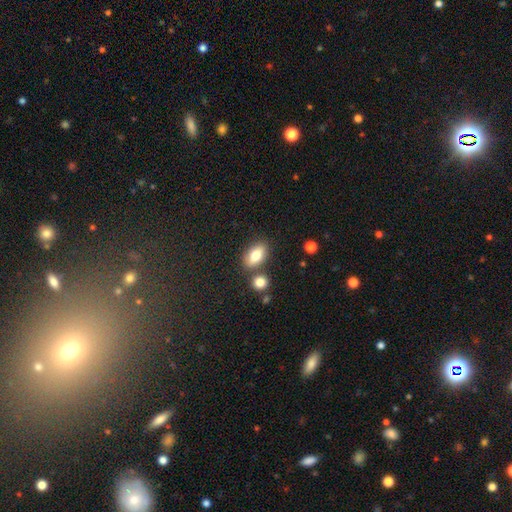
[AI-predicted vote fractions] smooth 79%, featured or disk 13%, star or artifact 8%. Down the decision tree: how rounded — in between (88%); merging — none (74%).